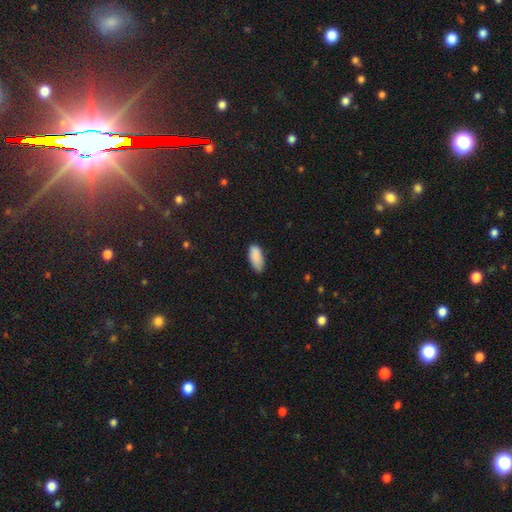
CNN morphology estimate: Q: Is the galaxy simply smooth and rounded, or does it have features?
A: smooth — 89%.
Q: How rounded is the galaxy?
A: in between — 88%.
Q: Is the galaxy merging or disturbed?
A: none — 72%.